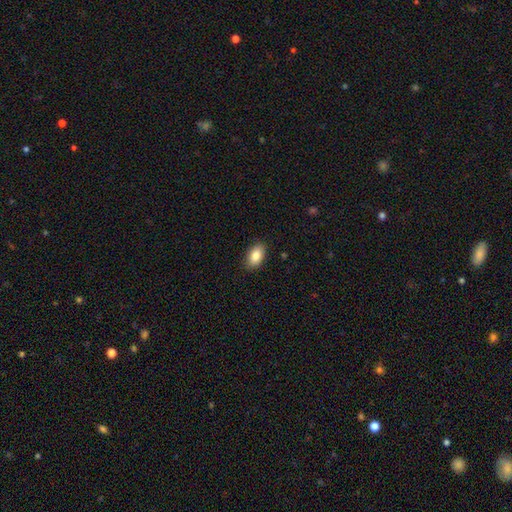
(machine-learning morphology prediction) The model was most divided on "smooth or featured": smooth: 86%, star or artifact: 7%, featured or disk: 7%. More confident: how rounded — in between (93%); merging — none (88%).